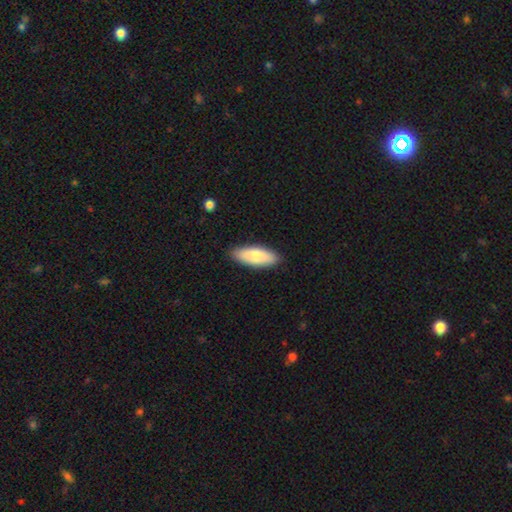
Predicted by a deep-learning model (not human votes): Smooth or featured? Predicted: smooth (p=0.84). How rounded? Predicted: in between (p=0.73). Merging? Predicted: none (p=0.89).